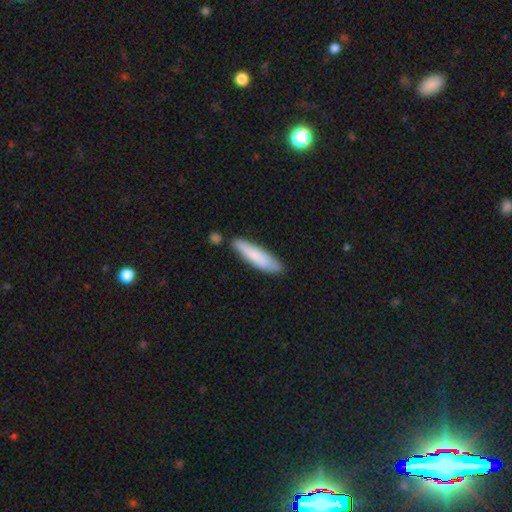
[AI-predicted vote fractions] Smooth or featured? smooth (79%)
How rounded? cigar-shaped (79%)
Merging? none (76%)